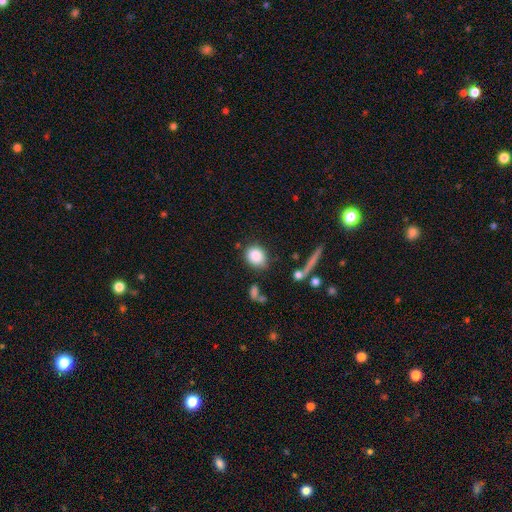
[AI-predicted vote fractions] Smooth or featured? Predicted: smooth (p=0.85). How rounded? Predicted: round (p=0.60). Merging? Predicted: none (p=0.71).